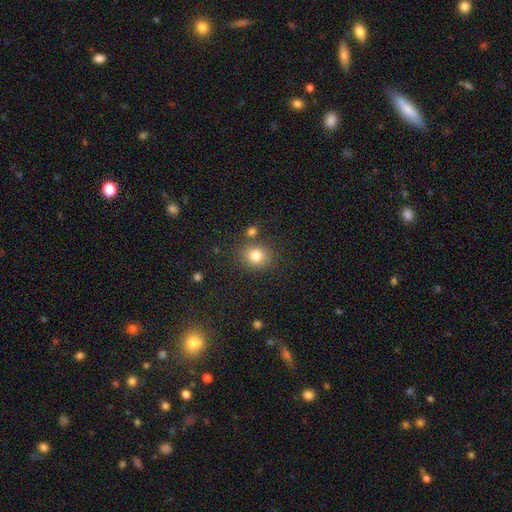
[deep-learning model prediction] Overall: smooth (81%). How rounded: round (72%). Merging: none (77%).